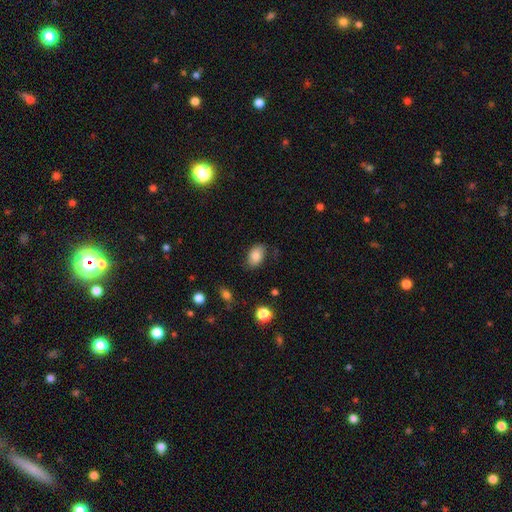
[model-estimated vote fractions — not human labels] Overall: smooth (81%). How rounded: in between (88%). Merging: none (79%).